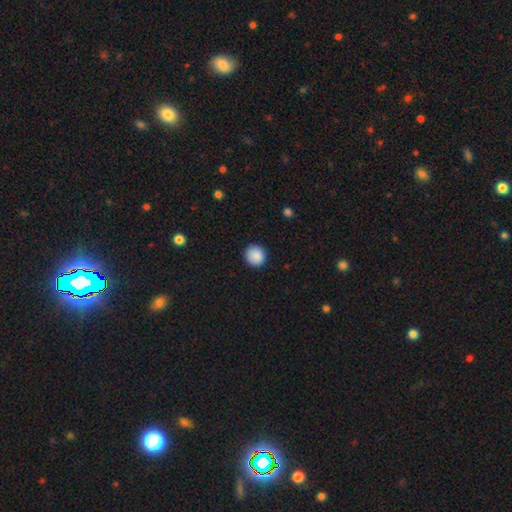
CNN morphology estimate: Smooth or featured?
  - smooth: 89% *
  - star or artifact: 8%
  - featured or disk: 3%
How rounded?
  - round: 94% *
  - in between: 5%
  - cigar-shaped: 1%
Merging?
  - none: 91% *
  - minor disturbance: 6%
  - major disturbance: 2%
  - merger: 1%